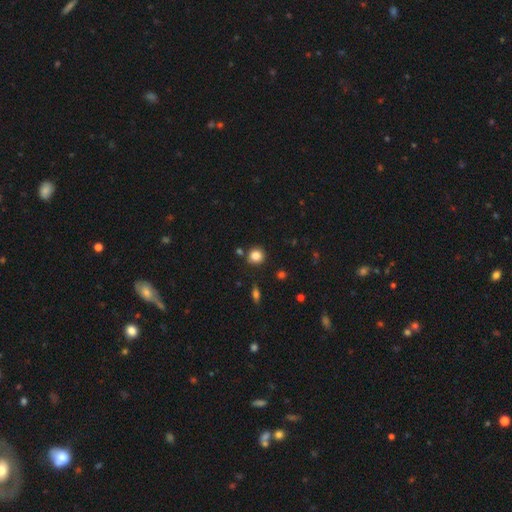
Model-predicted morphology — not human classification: The model was most divided on "smooth or featured": smooth: 84%, star or artifact: 11%, featured or disk: 5%. More confident: how rounded — round (89%); merging — none (83%).